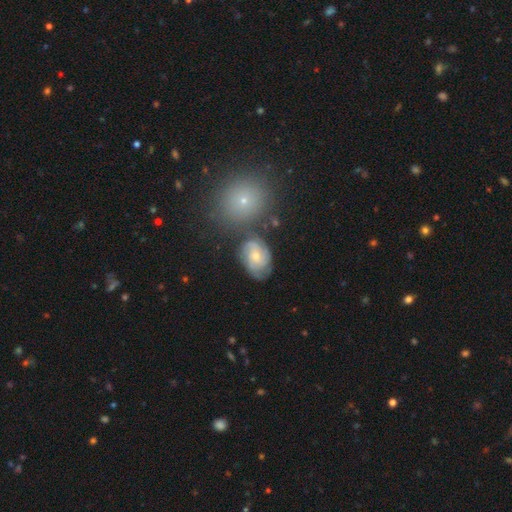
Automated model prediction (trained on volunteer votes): featured or disk 75%, smooth 17%, star or artifact 8%. Down the decision tree: edge-on disk — no (97%); bar — no (59%); spiral arms — yes (94%); spiral arm count — 3 (37%); spiral winding — tight (54%); bulge size — small (60%); merging — none (66%).